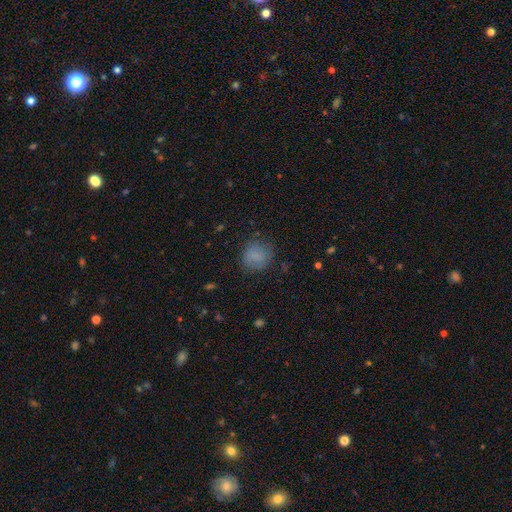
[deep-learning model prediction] smooth_or_featured: smooth (p=0.81) [alt: star or artifact p=0.11]
how_rounded: round (p=0.82) [alt: in between p=0.17]
merging: none (p=0.75) [alt: minor disturbance p=0.17]